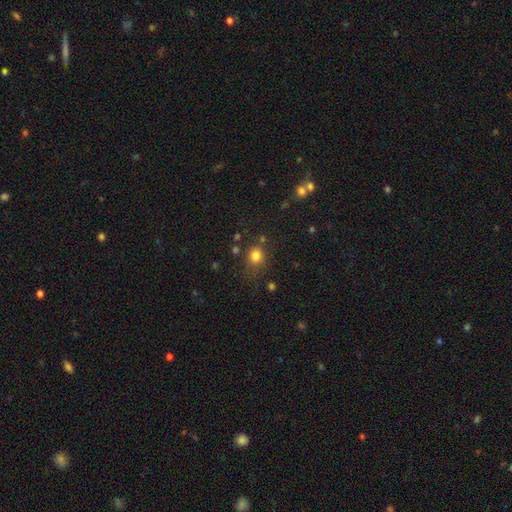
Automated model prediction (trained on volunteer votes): Morphology: type=smooth (80%); roundness=round (74%); merging=none (72%).